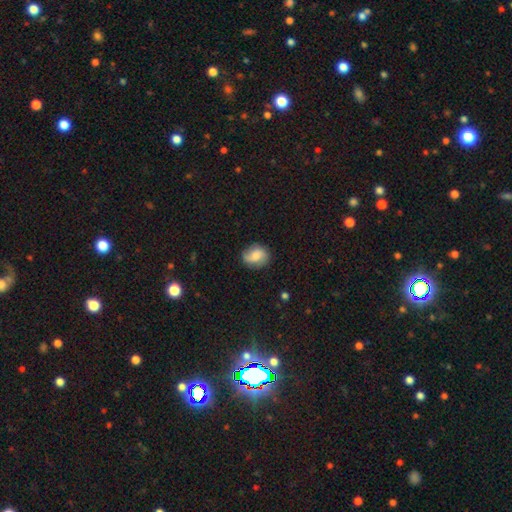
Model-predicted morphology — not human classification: This appears to be a smooth galaxy with no disk features (57%) that is round (61%). Merging: none (75%).